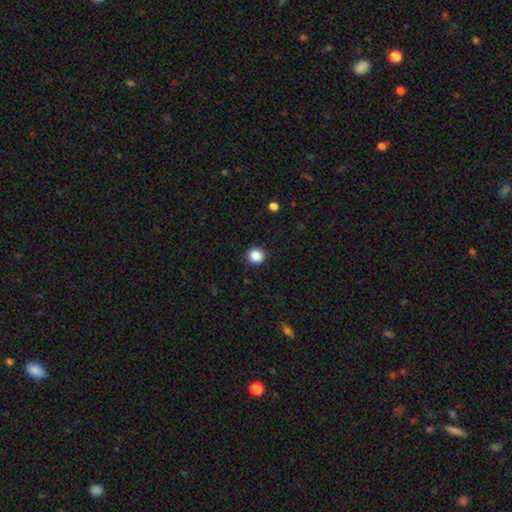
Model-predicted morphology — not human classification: type=smooth (87%); roundness=round (93%); merging=none (91%).